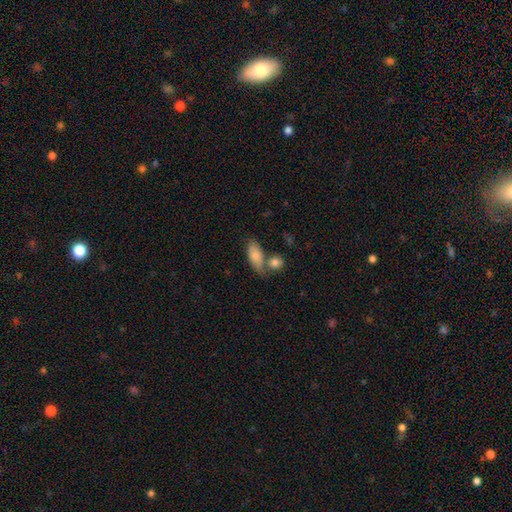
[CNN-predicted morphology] A smooth galaxy with no disk features (81%) that is in between round and cigar-shaped (86%). Merging: none (46%).